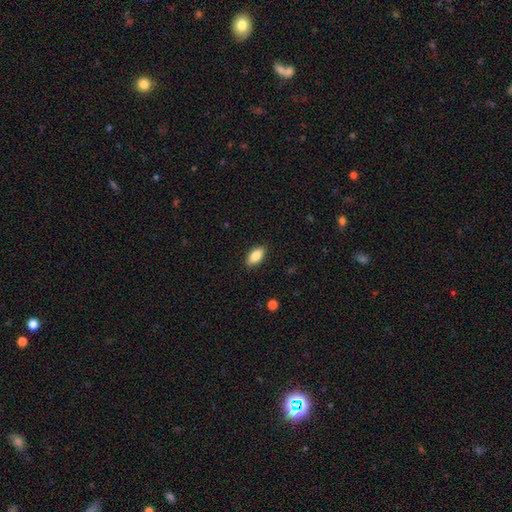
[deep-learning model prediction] Overall: smooth (85%). How rounded: in between (90%). Merging: none (88%).